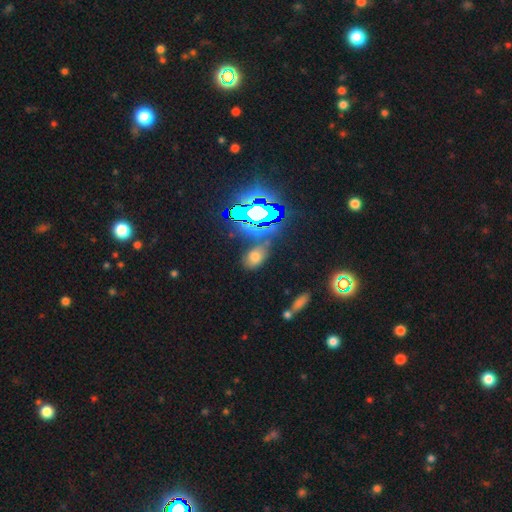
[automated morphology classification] smooth_or_featured: smooth (p=0.51) [alt: star or artifact p=0.34]
how_rounded: in between (p=0.76) [alt: round p=0.22]
merging: none (p=0.70) [alt: minor disturbance p=0.16]